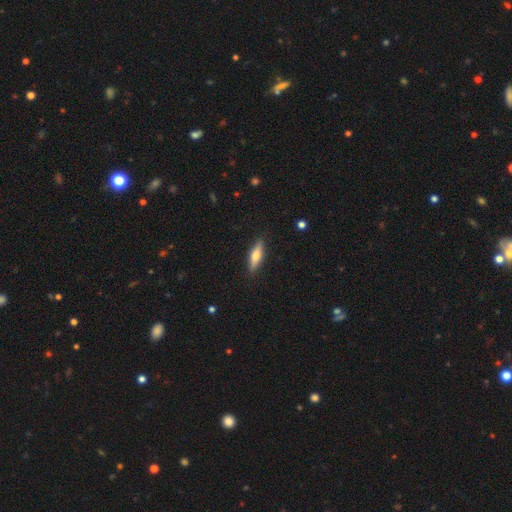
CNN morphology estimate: Overall: smooth (53%; featured or disk 41%). How rounded: cigar-shaped (60%; in between 38%). Merging: none (88%).